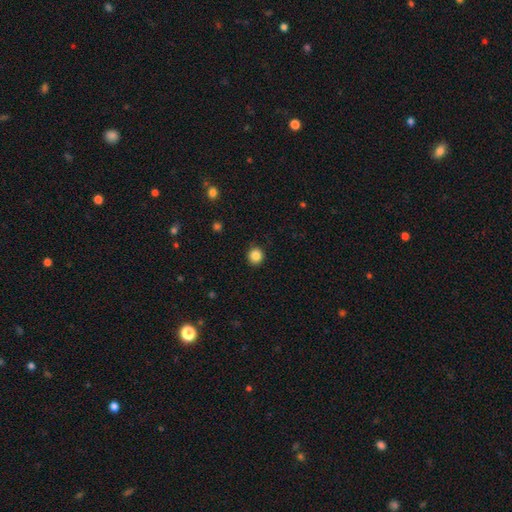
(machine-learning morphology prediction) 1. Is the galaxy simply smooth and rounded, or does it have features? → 86% smooth, 10% star or artifact, 4% featured or disk.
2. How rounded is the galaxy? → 91% round, 8% in between, 1% cigar-shaped.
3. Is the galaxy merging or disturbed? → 91% none, 6% minor disturbance, 2% major disturbance, 1% merger.